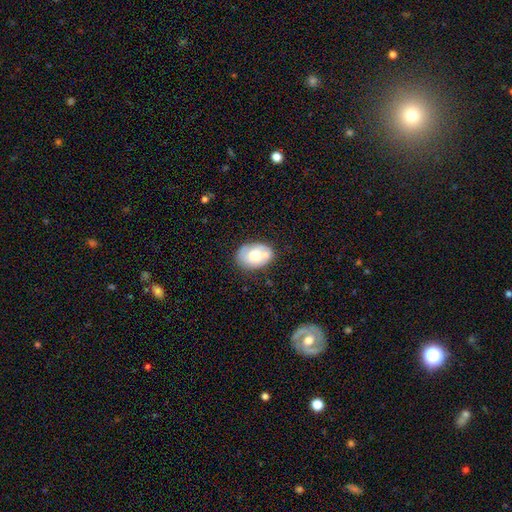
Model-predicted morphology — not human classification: Smooth or featured?
  - smooth: 58% *
  - featured or disk: 35%
  - star or artifact: 7%
How rounded?
  - in between: 75% *
  - round: 24%
  - cigar-shaped: 1%
Merging?
  - none: 55% *
  - minor disturbance: 21%
  - merger: 18%
  - major disturbance: 6%